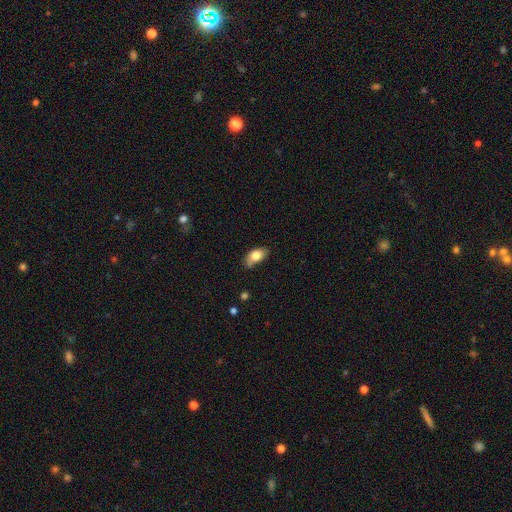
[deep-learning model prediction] smooth-or-featured: smooth: 80% | featured or disk: 13% | star or artifact: 7%
  how-rounded: in between: 90% | round: 6% | cigar-shaped: 4%
  merging: none: 68% | minor disturbance: 25% | major disturbance: 4% | merger: 3%